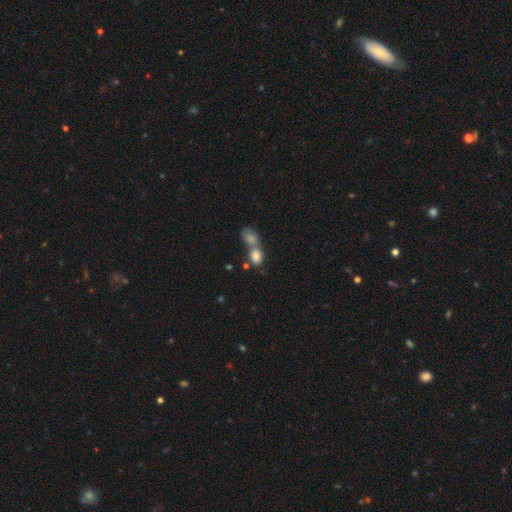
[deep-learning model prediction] Smooth or featured: smooth — 82% (featured or disk — 9%)
How rounded: in between — 69% (round — 28%)
Merging: merger — 67% (none — 22%)